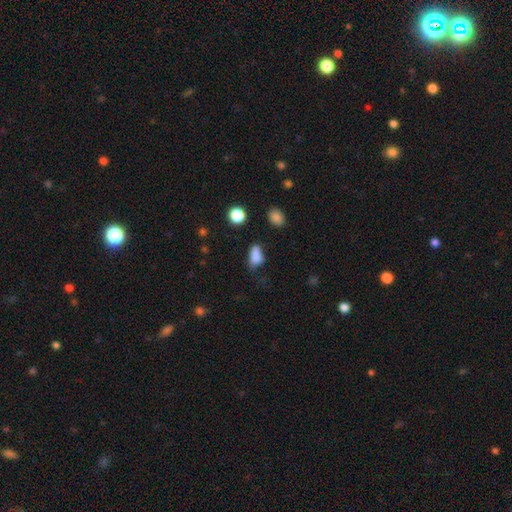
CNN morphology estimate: Overall: smooth (80%). How rounded: in between (82%). Merging: none (44%; minor disturbance 33%).